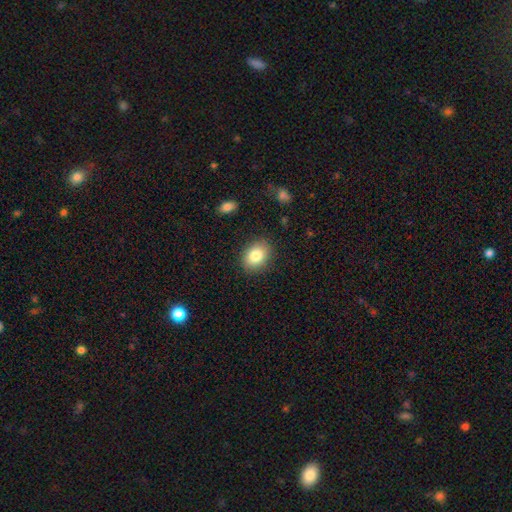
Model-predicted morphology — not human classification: smooth-or-featured: smooth: 84% | featured or disk: 8% | star or artifact: 8%
  how-rounded: in between: 70% | round: 29% | cigar-shaped: 1%
  merging: none: 87% | minor disturbance: 9% | major disturbance: 3% | merger: 1%